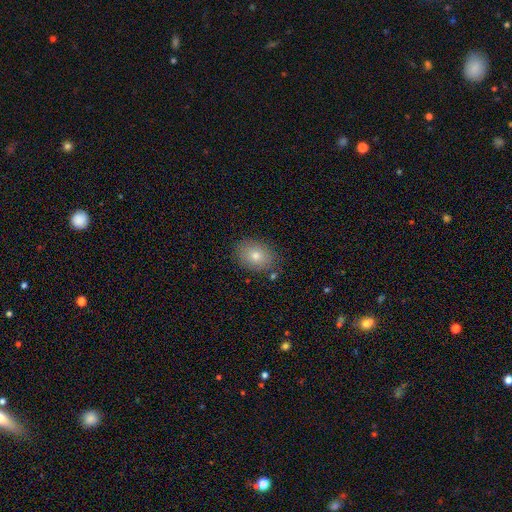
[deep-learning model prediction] smooth 77%, featured or disk 13%, star or artifact 10%. Down the decision tree: how rounded — in between (72%); merging — none (84%).